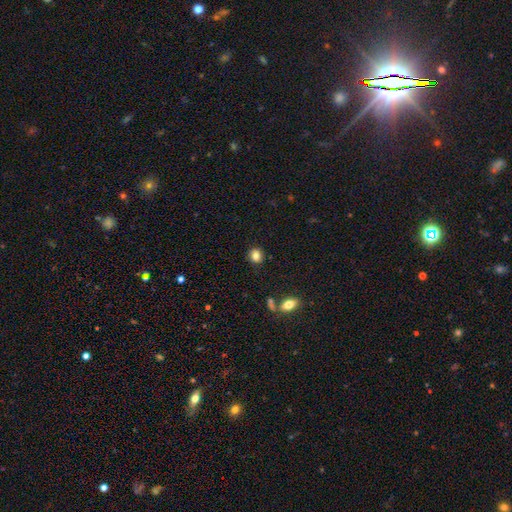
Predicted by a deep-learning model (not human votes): Smooth or featured: smooth — 85% (star or artifact — 9%)
How rounded: round — 67% (in between — 32%)
Merging: none — 87% (minor disturbance — 8%)